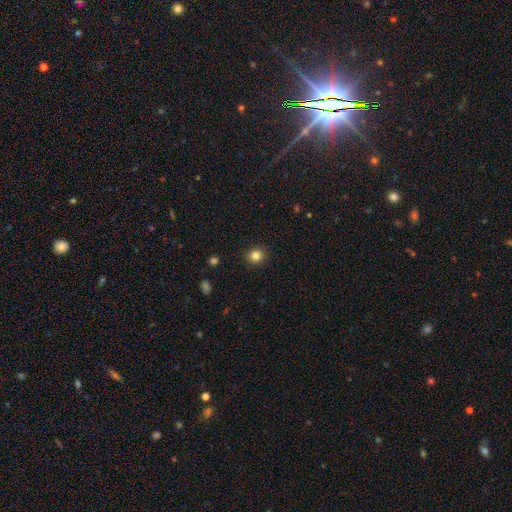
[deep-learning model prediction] Overall: smooth (83%). How rounded: round (84%). Merging: none (91%).